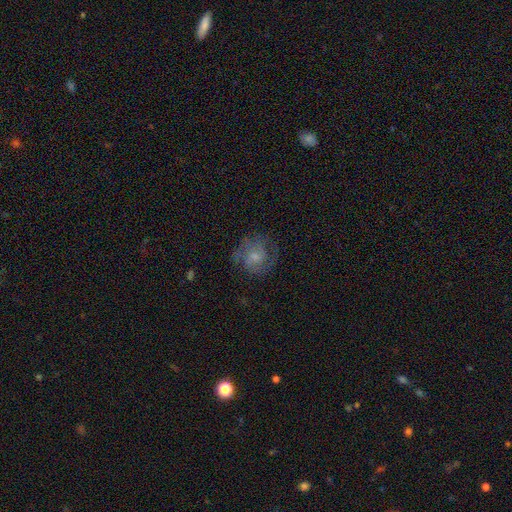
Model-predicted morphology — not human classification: smooth-or-featured: featured or disk: 59% | smooth: 31% | star or artifact: 9%
  disk-edge-on: no: 98% | yes: 2%
    bar: no: 66% | weak: 30% | strong: 5%
    has-spiral-arms: yes: 84% | no: 16%
    bulge-size: small: 53% | moderate: 33% | none: 10% | large: 3% | dominant: 1%
  merging: none: 70% | minor disturbance: 18% | major disturbance: 11% | merger: 1%